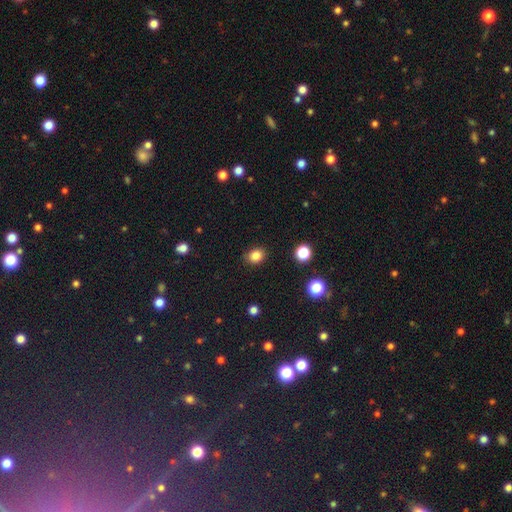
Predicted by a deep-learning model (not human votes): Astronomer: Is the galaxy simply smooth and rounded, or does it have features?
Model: smooth — 84%.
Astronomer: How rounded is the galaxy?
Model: round — 54% (runner-up: in between, 45%).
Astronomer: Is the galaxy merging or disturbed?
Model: none — 85%.